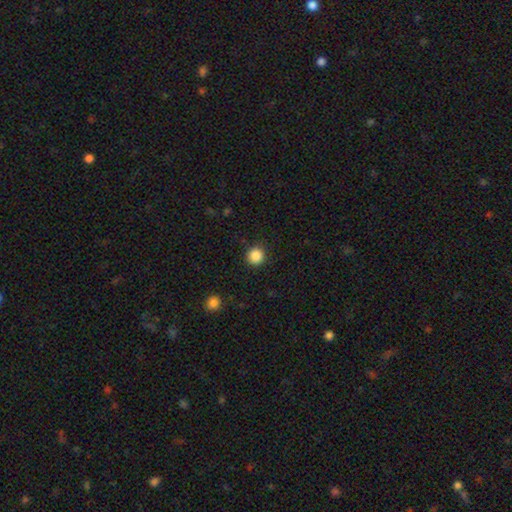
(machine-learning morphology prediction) This appears to be a smooth galaxy with no disk features (88%) that is round (94%). Merging: none (91%).